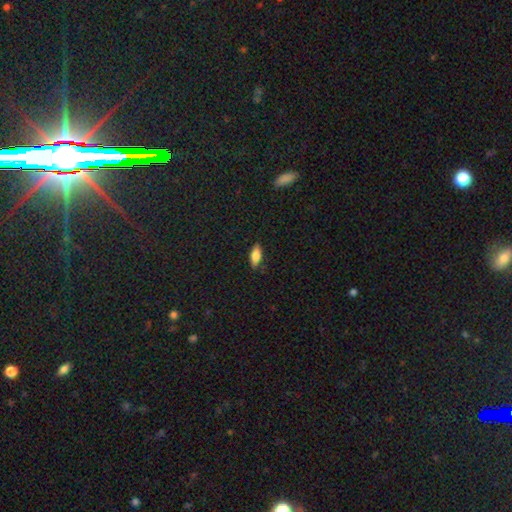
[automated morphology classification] type=smooth (76%); roundness=in between (76%); merging=none (86%).